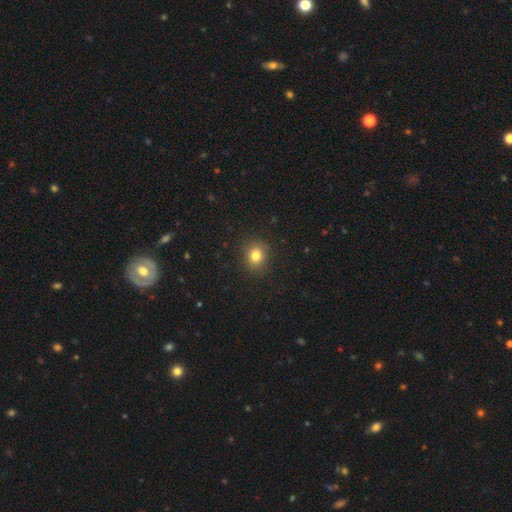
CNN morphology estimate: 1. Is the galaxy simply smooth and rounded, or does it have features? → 81% smooth, 13% star or artifact, 7% featured or disk.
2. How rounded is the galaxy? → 78% round, 21% in between, 1% cigar-shaped.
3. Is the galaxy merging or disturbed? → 89% none, 7% minor disturbance, 2% major disturbance, 1% merger.